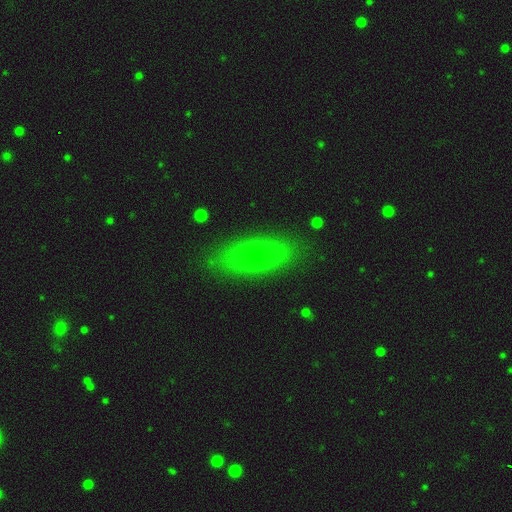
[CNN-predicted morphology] Smooth or featured? Predicted: smooth (p=0.62). How rounded? Predicted: in between (p=0.71). Merging? Predicted: none (p=0.84).